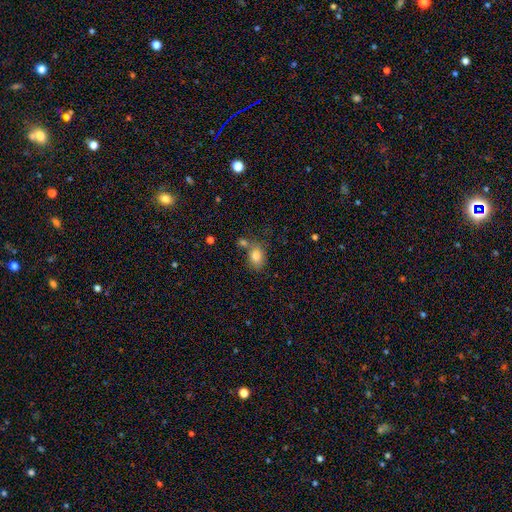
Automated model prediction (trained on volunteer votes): Q: Smooth or featured?
A: smooth (83%); runner-up: star or artifact (9%)
Q: How rounded?
A: in between (73%); runner-up: round (26%)
Q: Merging?
A: none (60%); runner-up: merger (20%)